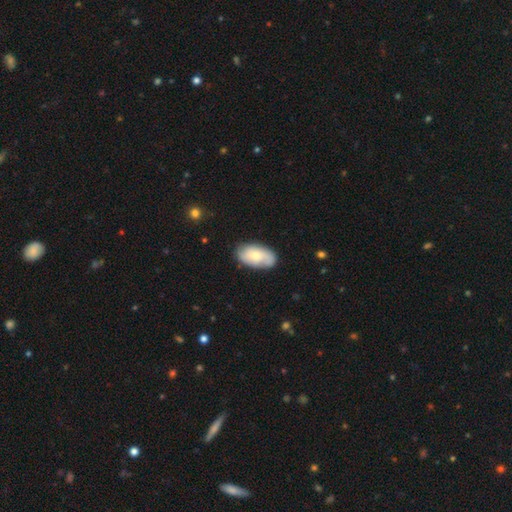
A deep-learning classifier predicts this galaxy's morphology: Smooth or featured? smooth (59%)
How rounded? in between (93%)
Merging? none (76%)